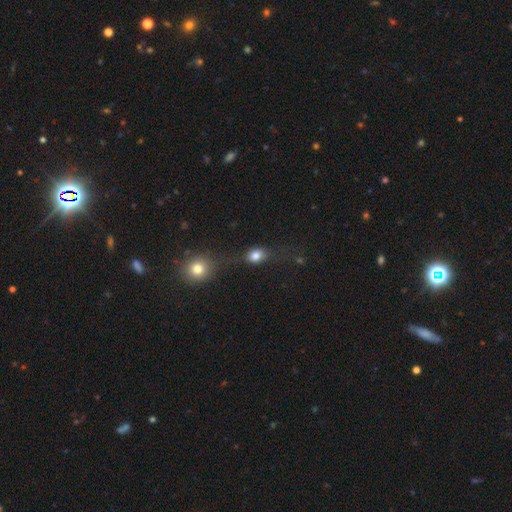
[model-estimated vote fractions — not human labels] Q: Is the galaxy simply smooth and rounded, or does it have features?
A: smooth — 78%.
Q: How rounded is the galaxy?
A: round — 49%.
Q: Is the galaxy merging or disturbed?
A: none — 52%.